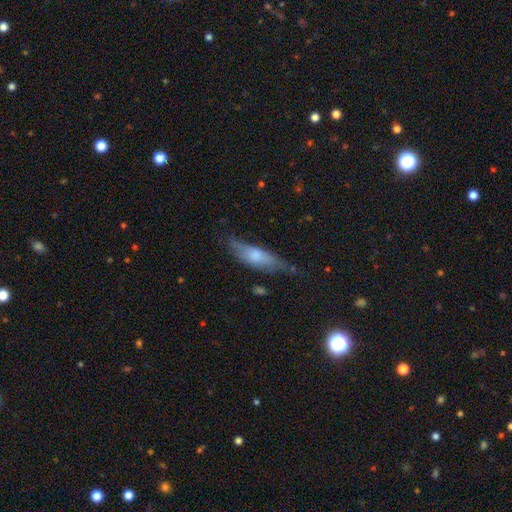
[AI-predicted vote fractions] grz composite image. It shows a smooth galaxy with no disk features (59%) that is cigar-shaped (52%). Merging: none (57%).